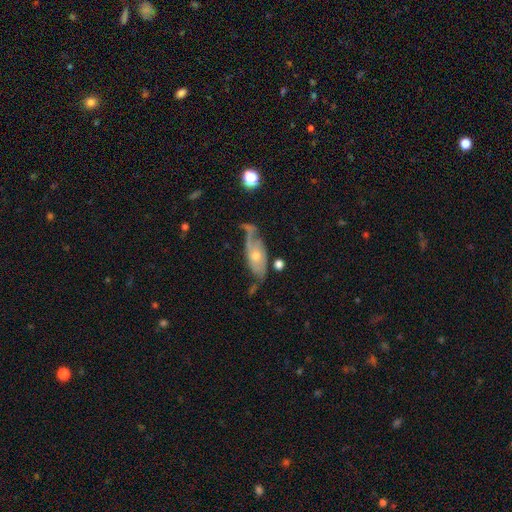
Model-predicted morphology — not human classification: This appears to be a featured or disk galaxy (68%) with no bar (78%), spiral arms (73%) and a moderate central bulge (53%). Merging: none (42%).